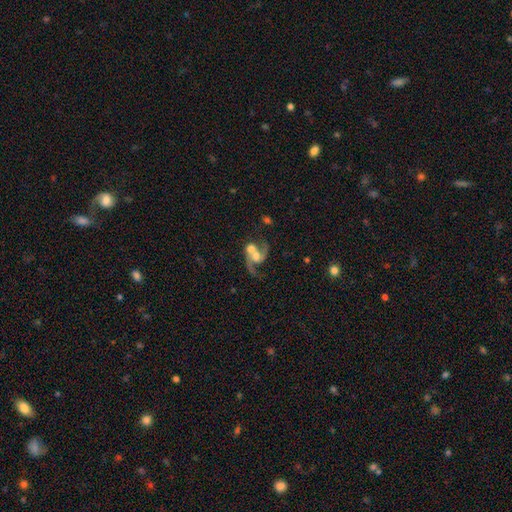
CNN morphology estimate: smooth_or_featured: featured or disk (p=0.74) [alt: smooth p=0.18]
disk_edge_on: no (p=0.97) [alt: yes p=0.03]
bar: no (p=0.63) [alt: weak p=0.28]
has_spiral_arms: yes (p=0.89) [alt: no p=0.11]
spiral_winding: loose (p=0.59) [alt: medium p=0.34]
spiral_arm_count: 2 (p=0.74) [alt: 1 p=0.19]
bulge_size: moderate (p=0.48) [alt: large p=0.20]
merging: merger (p=0.60) [alt: none p=0.22]